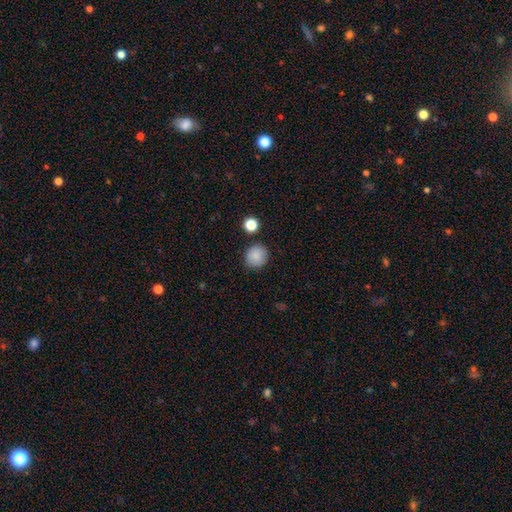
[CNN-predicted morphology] Q: Smooth or featured?
A: smooth (87%); runner-up: star or artifact (9%)
Q: How rounded?
A: round (91%); runner-up: in between (8%)
Q: Merging?
A: none (87%); runner-up: minor disturbance (8%)